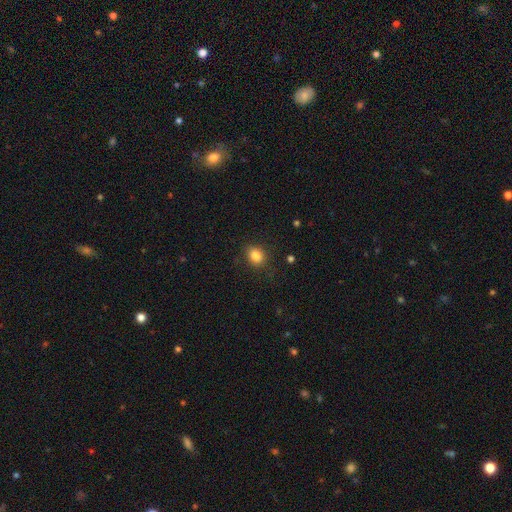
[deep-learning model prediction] A smooth galaxy with no disk features (84%) that is in between round and cigar-shaped (52%). Merging: none (85%).